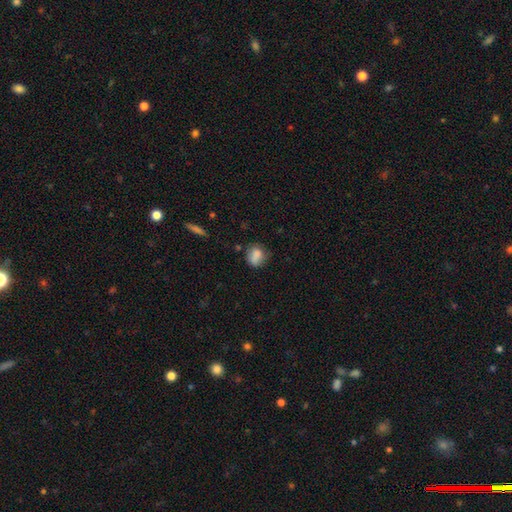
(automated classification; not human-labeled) Smooth or featured: smooth — 81% (featured or disk — 10%)
How rounded: round — 61% (in between — 38%)
Merging: none — 61% (minor disturbance — 26%)